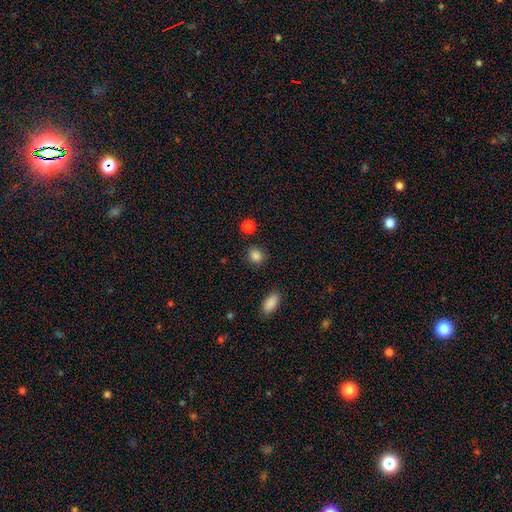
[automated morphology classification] This is clearly a smooth galaxy (86%). How rounded: likely round (77%). Merging: clearly none (87%).